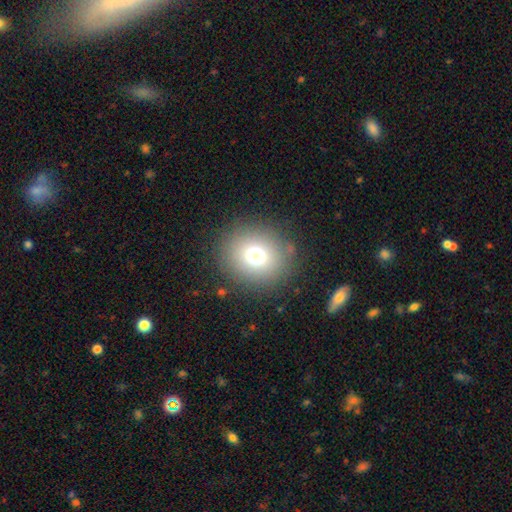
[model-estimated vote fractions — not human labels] smooth_or_featured: smooth (p=0.72) [alt: star or artifact p=0.17]
how_rounded: round (p=0.81) [alt: in between p=0.18]
merging: none (p=0.86) [alt: minor disturbance p=0.08]